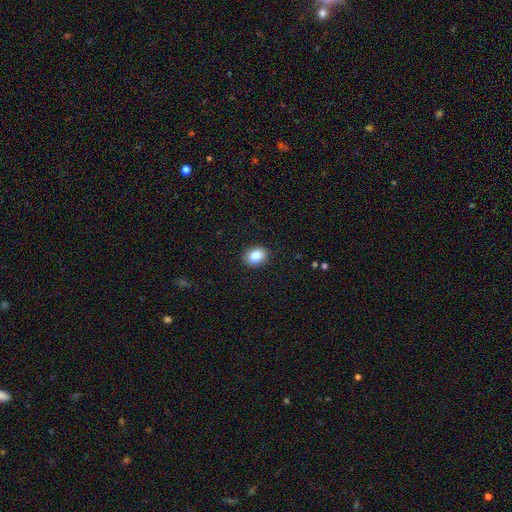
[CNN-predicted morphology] Overall: smooth (86%). How rounded: in between (66%; round 33%). Merging: none (88%).